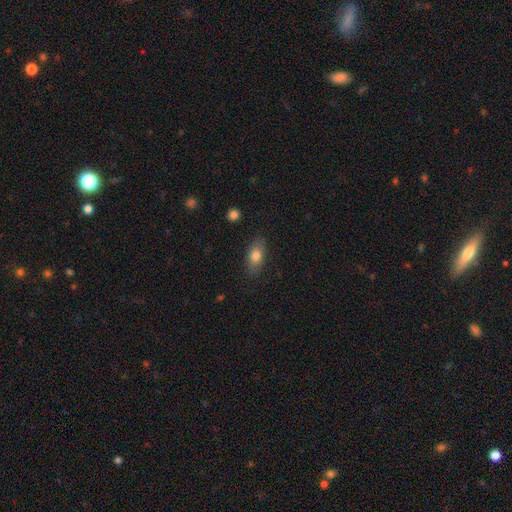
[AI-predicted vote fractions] Morphology: type=smooth (75%); roundness=in between (83%); merging=none (83%).